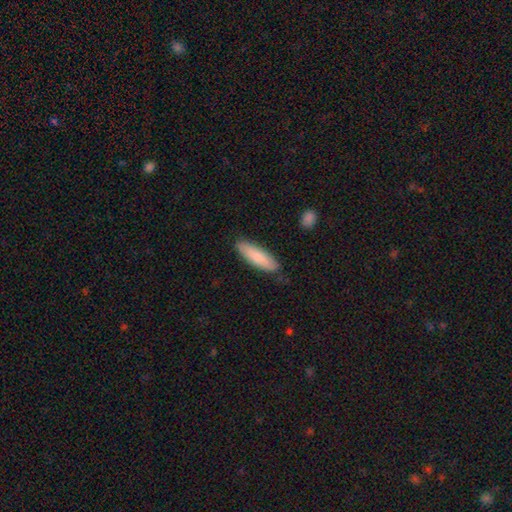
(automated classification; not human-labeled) smooth 76%, featured or disk 19%, star or artifact 6%. Down the decision tree: how rounded — cigar-shaped (52%); merging — none (83%).